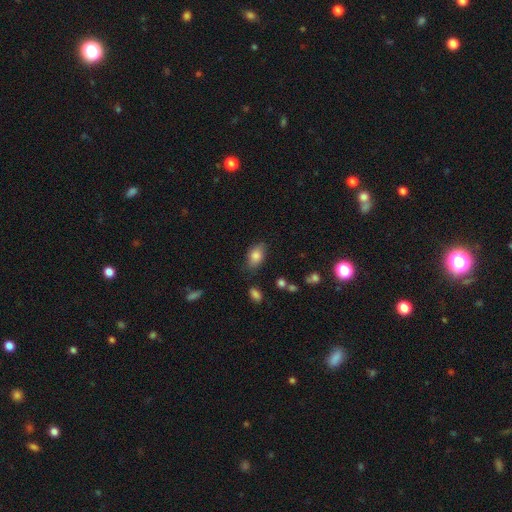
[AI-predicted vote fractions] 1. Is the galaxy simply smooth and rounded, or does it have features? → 82% smooth, 10% featured or disk, 8% star or artifact.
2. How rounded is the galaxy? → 89% in between, 8% round, 3% cigar-shaped.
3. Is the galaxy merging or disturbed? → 75% none, 18% minor disturbance, 4% major disturbance, 2% merger.